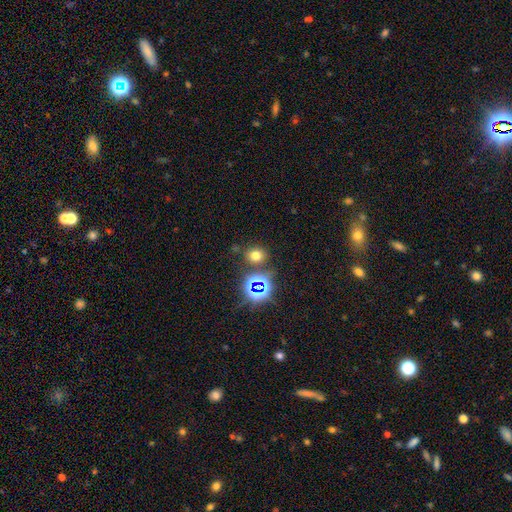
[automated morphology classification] This appears to be a smooth galaxy with no disk features (64%) that is round (71%). Merging: none (80%).